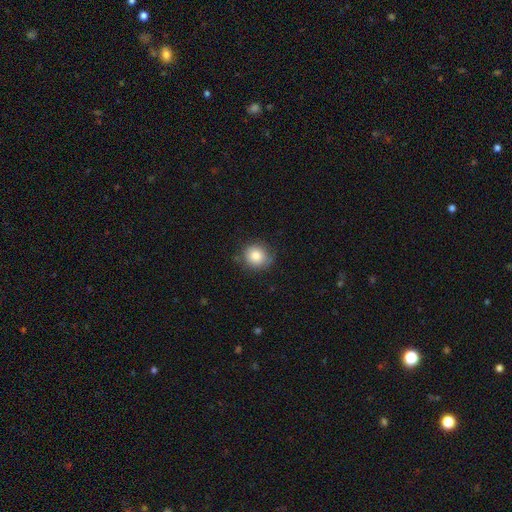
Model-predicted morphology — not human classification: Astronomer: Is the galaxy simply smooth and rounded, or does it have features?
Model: smooth — 84%.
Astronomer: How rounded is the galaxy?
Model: round — 81%.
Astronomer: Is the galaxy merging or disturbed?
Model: none — 74%.